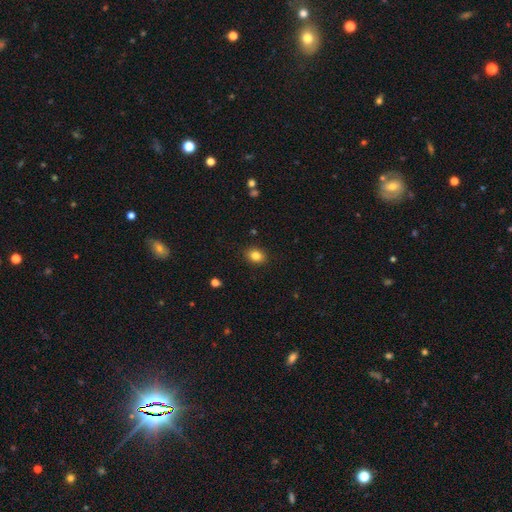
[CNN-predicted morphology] This appears to be a smooth galaxy with no disk features (84%) that is in between round and cigar-shaped (62%). Merging: none (89%).